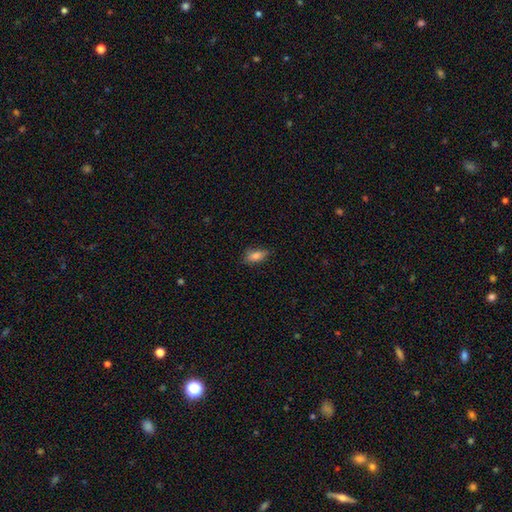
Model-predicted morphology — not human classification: This appears to be a smooth galaxy with no disk features (81%) that is in between round and cigar-shaped (84%). Merging: none (76%).